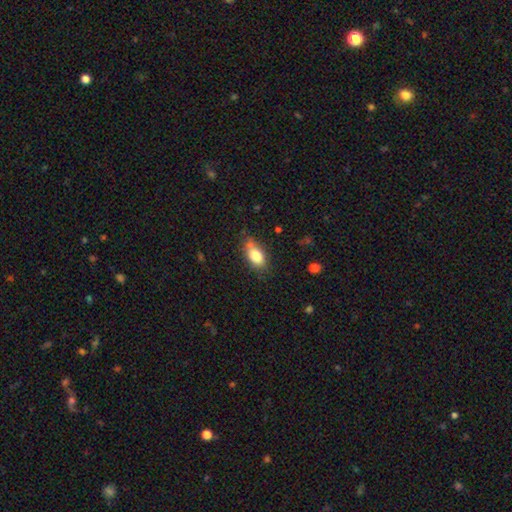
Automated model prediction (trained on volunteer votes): A smooth galaxy with no disk features (80%) that is in between round and cigar-shaped (87%).

Vote fractions:
- Smooth or featured? smooth: 80% / featured or disk: 11% / star or artifact: 8%
- How rounded? in between: 87% / round: 8% / cigar-shaped: 5%
- Merging? none: 63% / minor disturbance: 25% / merger: 6% / major disturbance: 6%